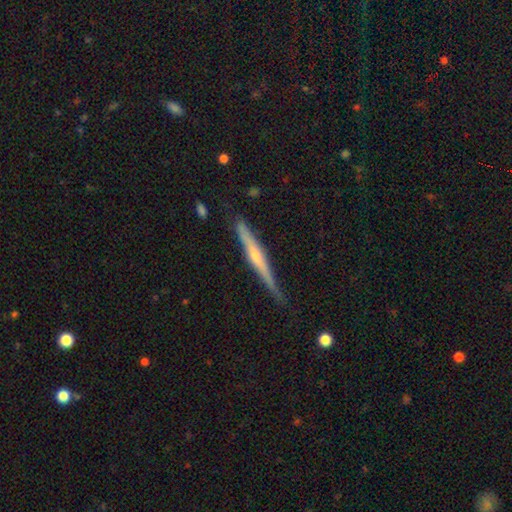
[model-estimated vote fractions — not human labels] Smooth or featured?
  - featured or disk: 72% *
  - smooth: 23%
  - star or artifact: 6%
Edge-on disk?
  - yes: 97% *
  - no: 3%
Edge-on bulge?
  - rounded: 75% *
  - none: 20%
  - boxy: 5%
Merging?
  - none: 78% *
  - minor disturbance: 18%
  - major disturbance: 3%
  - merger: 2%